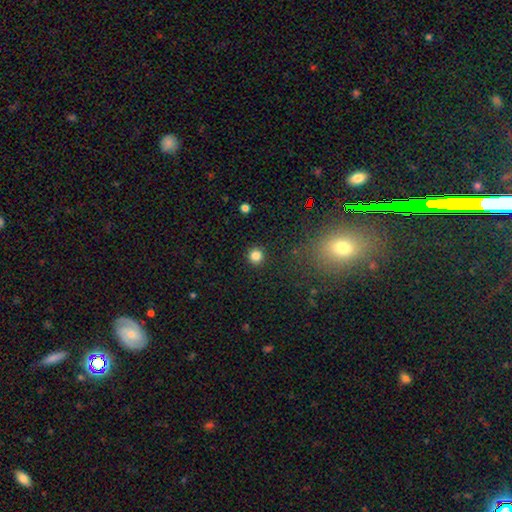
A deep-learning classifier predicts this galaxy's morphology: Smooth or featured? smooth (83%)
How rounded? round (94%)
Merging? none (92%)